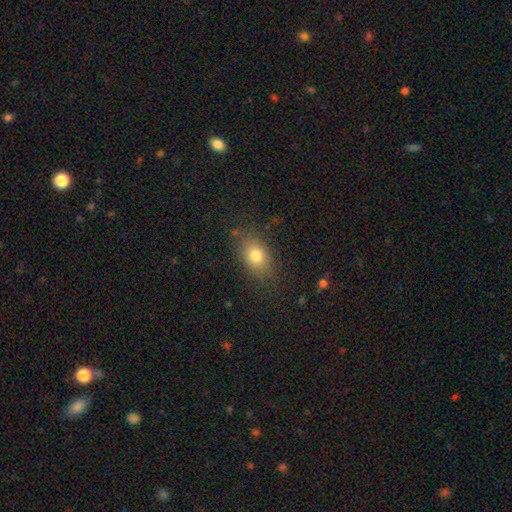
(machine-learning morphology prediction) smooth-or-featured: smooth: 78% | featured or disk: 11% | star or artifact: 11%
  how-rounded: in between: 77% | round: 21% | cigar-shaped: 2%
  merging: none: 81% | minor disturbance: 13% | major disturbance: 5% | merger: 1%